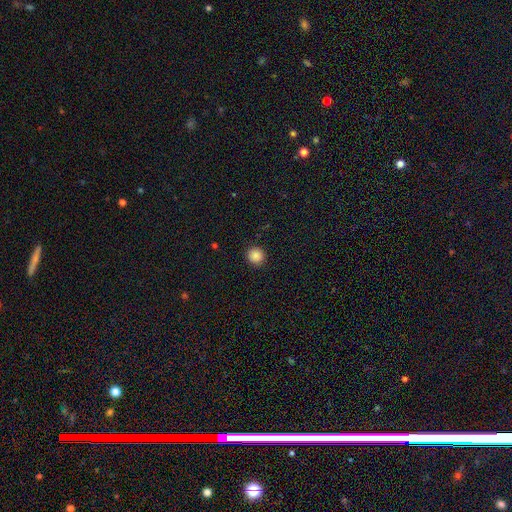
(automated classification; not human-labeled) A smooth galaxy with no disk features (87%) that is round (92%).

Vote fractions:
- Smooth or featured? smooth: 87% / star or artifact: 10% / featured or disk: 3%
- How rounded? round: 92% / in between: 7% / cigar-shaped: 1%
- Merging? none: 91% / minor disturbance: 6% / major disturbance: 2% / merger: 1%